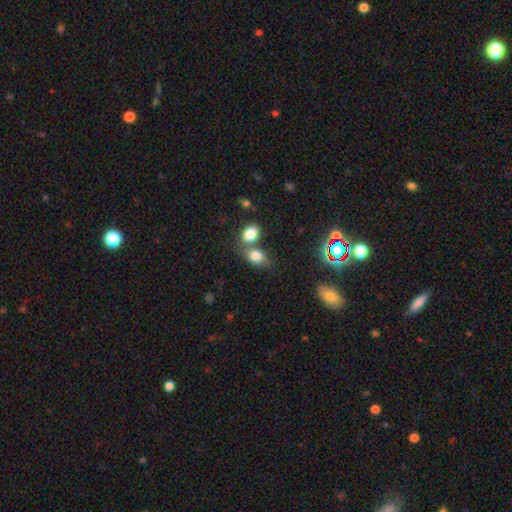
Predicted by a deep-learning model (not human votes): smooth_or_featured: smooth (p=0.79) [alt: star or artifact p=0.12]
how_rounded: in between (p=0.66) [alt: round p=0.32]
merging: merger (p=0.43) [tied with: none p=0.43]